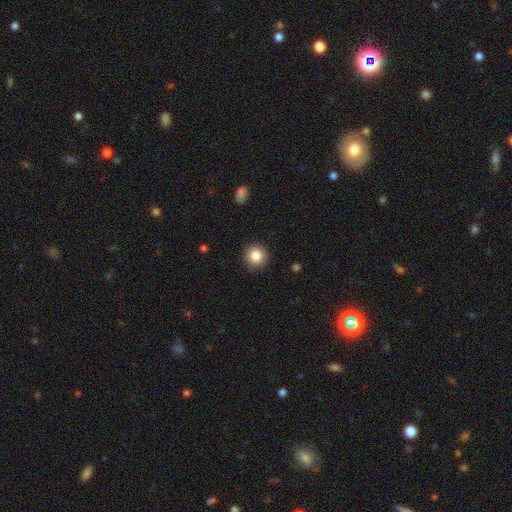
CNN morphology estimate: This is clearly a smooth galaxy (85%). How rounded: clearly round (94%). Merging: clearly none (90%).